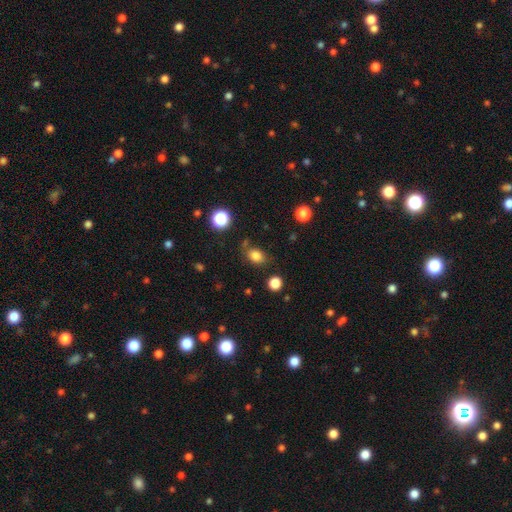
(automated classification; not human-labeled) Morphology: type=smooth (82%); roundness=in between (62%); merging=none (73%).